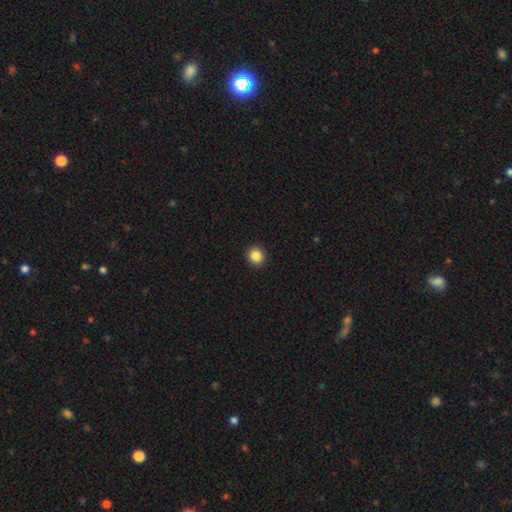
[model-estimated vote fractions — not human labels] Smooth or featured? smooth (86%)
How rounded? round (84%)
Merging? none (92%)